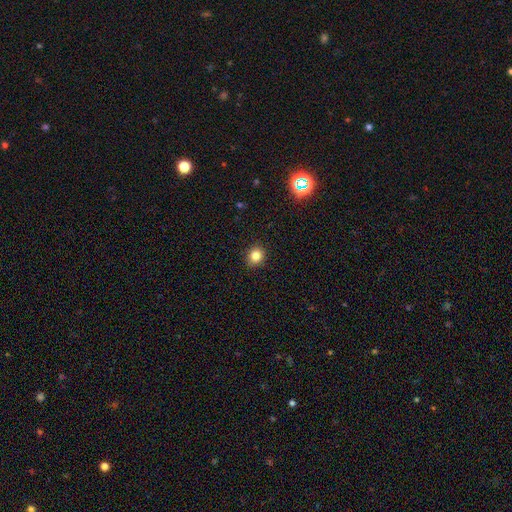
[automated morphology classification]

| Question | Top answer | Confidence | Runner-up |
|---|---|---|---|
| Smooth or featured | smooth | 83% | star or artifact (12%) |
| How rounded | round | 72% | in between (27%) |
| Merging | none | 91% | minor disturbance (6%) |